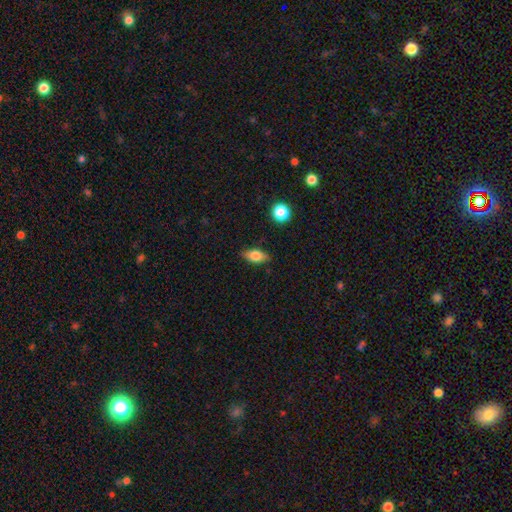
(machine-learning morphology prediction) Smooth or featured: smooth — 72% (featured or disk — 20%)
How rounded: in between — 84% (round — 8%)
Merging: none — 83% (minor disturbance — 13%)